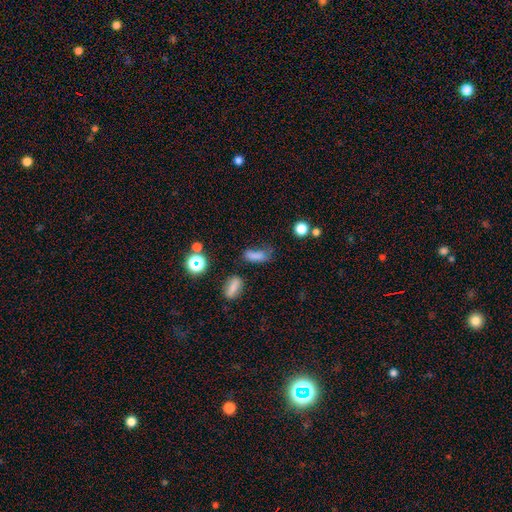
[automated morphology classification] A smooth galaxy with no disk features (74%) that is in between round and cigar-shaped (66%). Merging: none (44%).